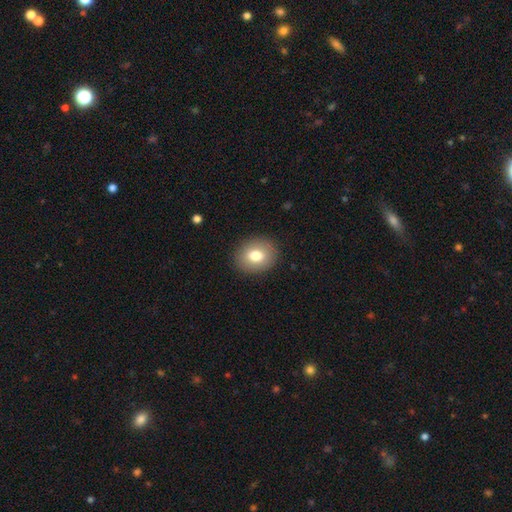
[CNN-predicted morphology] Smooth or featured?
  - smooth: 78% *
  - featured or disk: 13%
  - star or artifact: 9%
How rounded?
  - round: 59% *
  - in between: 40%
  - cigar-shaped: 1%
Merging?
  - none: 90% *
  - minor disturbance: 7%
  - major disturbance: 2%
  - merger: 1%